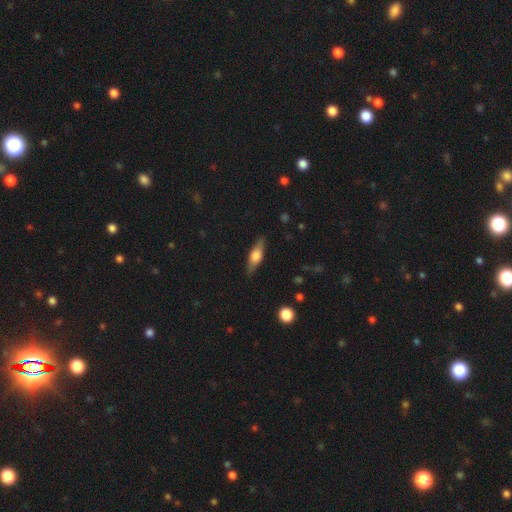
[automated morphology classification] smooth_or_featured: smooth (p=0.47) [alt: featured or disk p=0.46]
merging: none (p=0.85) [alt: minor disturbance p=0.11]